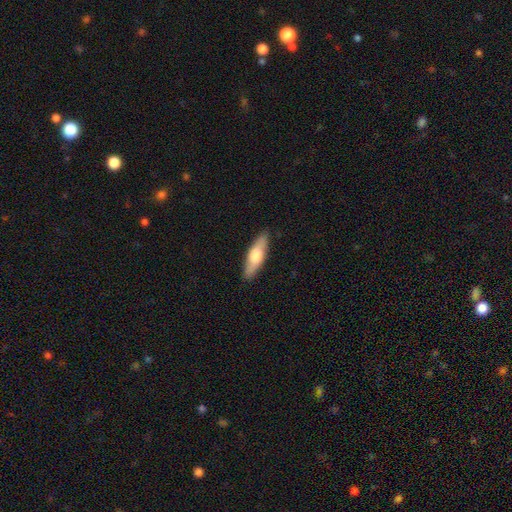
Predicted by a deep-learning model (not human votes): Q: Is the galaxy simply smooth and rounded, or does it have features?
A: smooth — 60%.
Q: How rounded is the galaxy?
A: cigar-shaped — 59%.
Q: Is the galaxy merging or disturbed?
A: none — 88%.